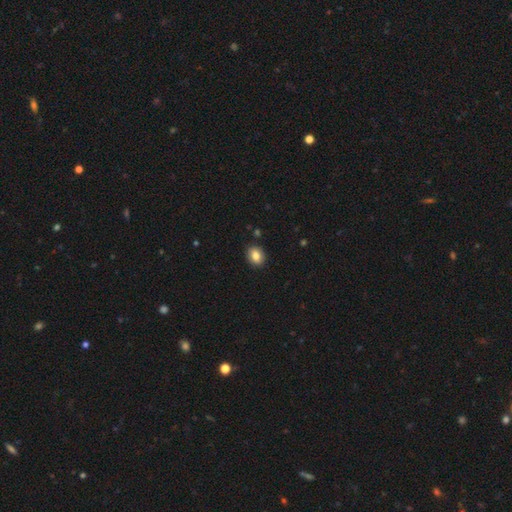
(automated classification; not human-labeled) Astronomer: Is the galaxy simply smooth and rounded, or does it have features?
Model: smooth — 83%.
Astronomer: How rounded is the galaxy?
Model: in between — 55% (runner-up: round, 44%).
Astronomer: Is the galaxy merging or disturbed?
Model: none — 89%.